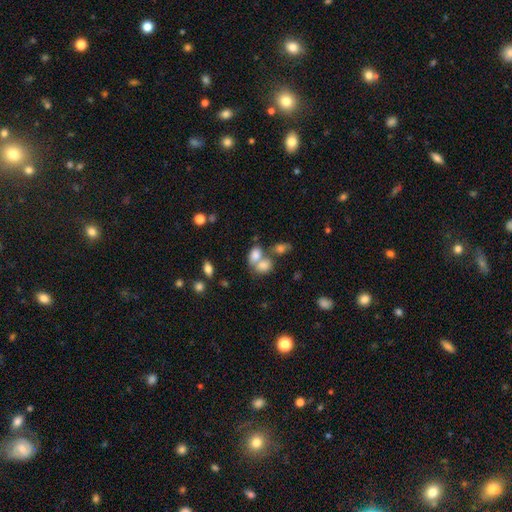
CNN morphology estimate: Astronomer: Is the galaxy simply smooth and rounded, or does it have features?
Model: smooth — 76%.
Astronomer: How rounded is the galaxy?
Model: in between — 76%.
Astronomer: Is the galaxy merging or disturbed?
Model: merger — 54% (runner-up: none, 30%).